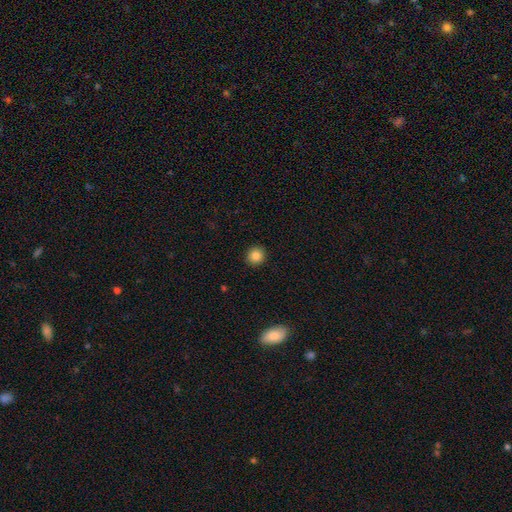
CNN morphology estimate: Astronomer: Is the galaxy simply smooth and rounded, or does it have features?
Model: smooth — 84%.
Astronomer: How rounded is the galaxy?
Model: round — 90%.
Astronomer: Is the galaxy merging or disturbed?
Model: none — 92%.